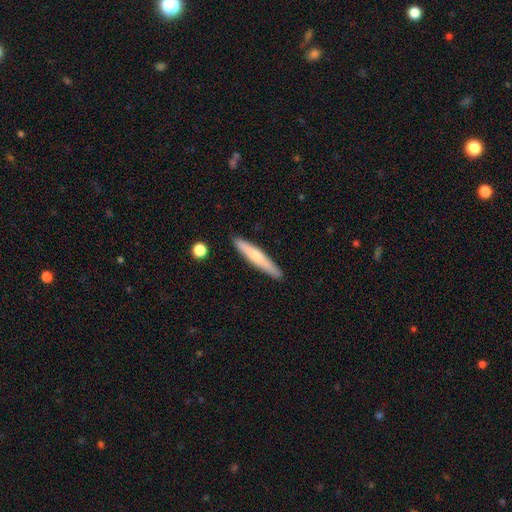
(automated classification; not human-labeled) Morphology: type=smooth (59%); roundness=cigar-shaped (93%); merging=none (90%).